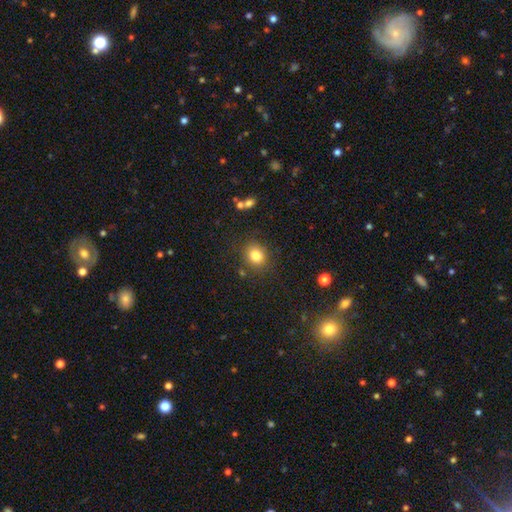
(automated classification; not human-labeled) Smooth or featured?
  - smooth: 82% *
  - star or artifact: 11%
  - featured or disk: 7%
How rounded?
  - round: 75% *
  - in between: 24%
  - cigar-shaped: 1%
Merging?
  - none: 84% *
  - minor disturbance: 10%
  - major disturbance: 3%
  - merger: 3%